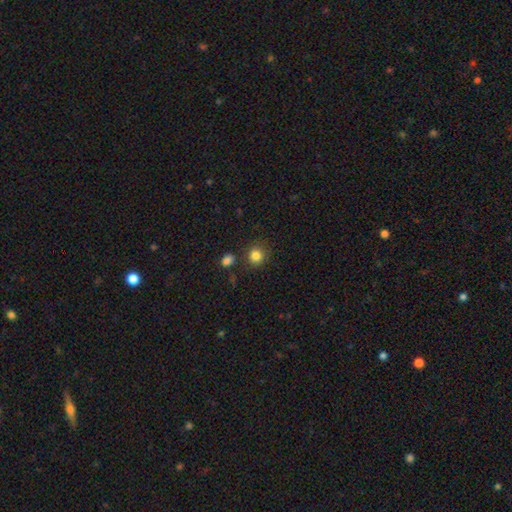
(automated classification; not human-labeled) Smooth or featured? Predicted: smooth (p=0.84). How rounded? Predicted: round (p=0.85). Merging? Predicted: none (p=0.82).